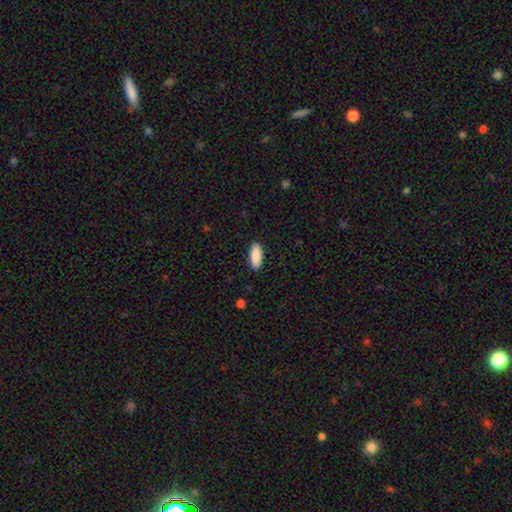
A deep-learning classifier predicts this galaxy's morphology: A smooth galaxy with no disk features (90%) that is in between round and cigar-shaped (75%).

Vote fractions:
- Smooth or featured? smooth: 90% / star or artifact: 6% / featured or disk: 4%
- How rounded? in between: 75% / cigar-shaped: 24% / round: 2%
- Merging? none: 90% / minor disturbance: 7% / major disturbance: 2% / merger: 1%